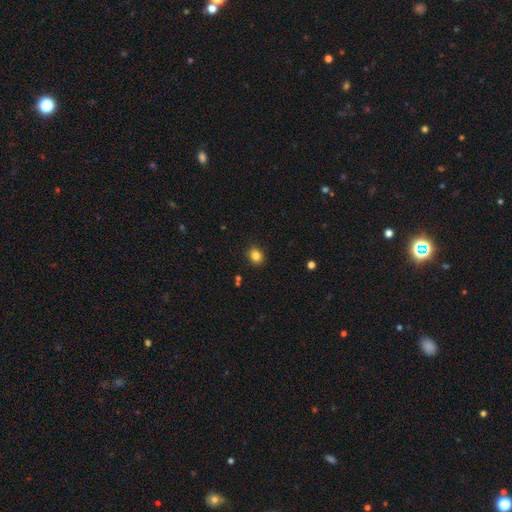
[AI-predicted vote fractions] The model was most divided on "how rounded": round: 63%, in between: 36%, cigar-shaped: 1%. More confident: merging — none (89%); smooth or featured — smooth (84%).